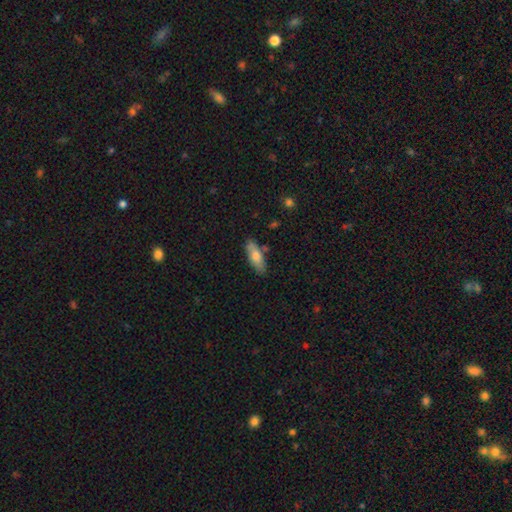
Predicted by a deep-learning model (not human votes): This appears to be a smooth galaxy with no disk features (72%) that is in between round and cigar-shaped (60%). Merging: none (80%).